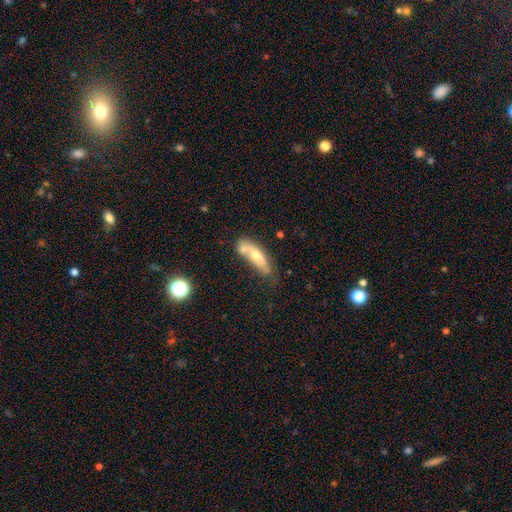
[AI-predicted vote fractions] smooth_or_featured: smooth (p=0.54) [alt: featured or disk p=0.40]
how_rounded: in between (p=0.54) [alt: cigar-shaped p=0.43]
merging: none (p=0.43) [alt: merger p=0.25]